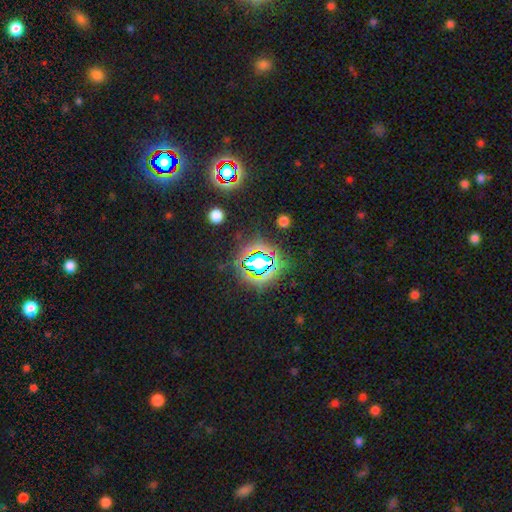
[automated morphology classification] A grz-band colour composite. It shows a star or artifact, not a galaxy (70%).